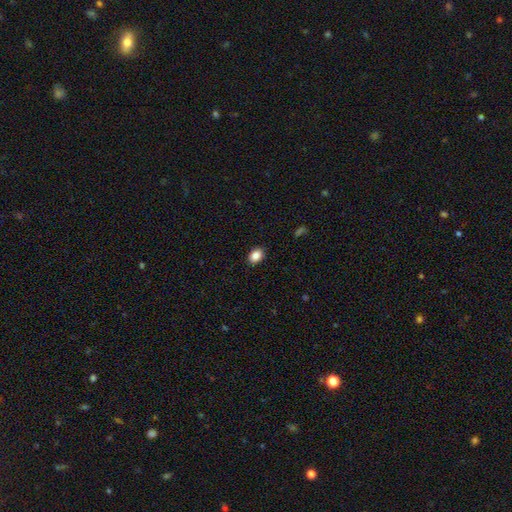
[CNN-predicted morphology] A smooth galaxy with no disk features (87%) that is in between round and cigar-shaped (76%).

Vote fractions:
- Smooth or featured? smooth: 87% / star or artifact: 9% / featured or disk: 4%
- How rounded? in between: 76% / round: 23% / cigar-shaped: 1%
- Merging? none: 90% / minor disturbance: 7% / major disturbance: 2% / merger: 1%